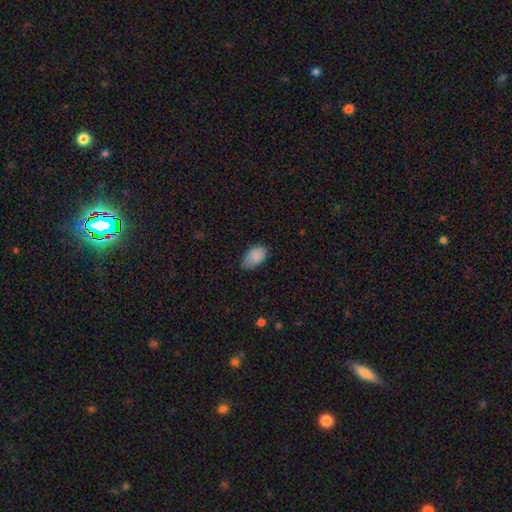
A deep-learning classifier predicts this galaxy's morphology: Smooth or featured?
  - smooth: 87% *
  - star or artifact: 7%
  - featured or disk: 6%
How rounded?
  - in between: 92% *
  - round: 7%
  - cigar-shaped: 1%
Merging?
  - none: 59% *
  - minor disturbance: 33%
  - major disturbance: 6%
  - merger: 1%